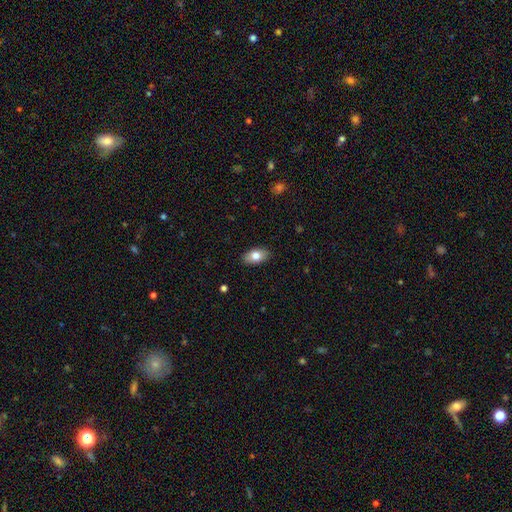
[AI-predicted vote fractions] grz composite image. It shows a smooth galaxy with no disk features (79%) that is in between round and cigar-shaped (92%). Merging: none (88%).